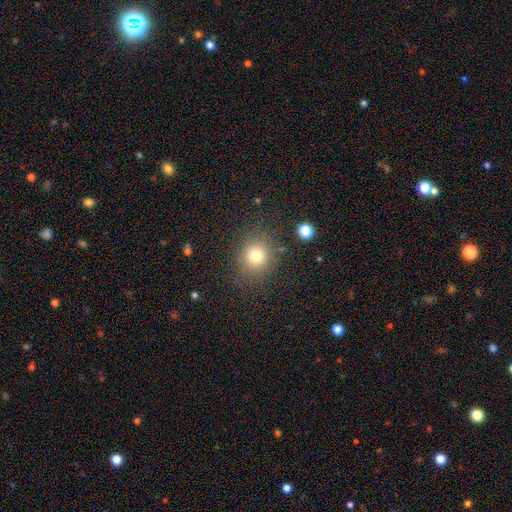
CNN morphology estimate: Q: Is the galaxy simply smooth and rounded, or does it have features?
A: smooth — 77%.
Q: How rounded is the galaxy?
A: round — 80%.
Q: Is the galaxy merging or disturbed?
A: none — 82%.